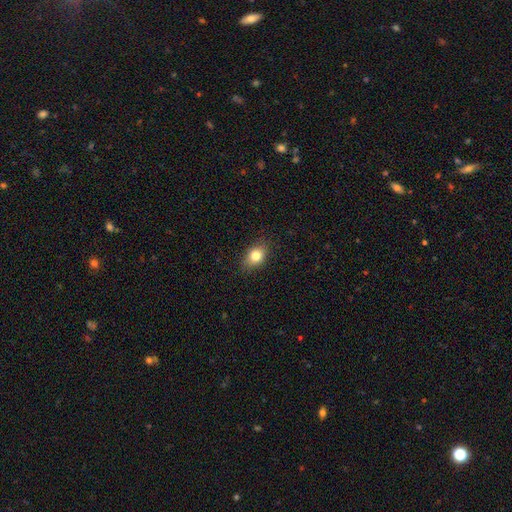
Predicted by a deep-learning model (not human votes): This is clearly a smooth galaxy (81%). How rounded: likely in between (70%). Merging: clearly none (84%).